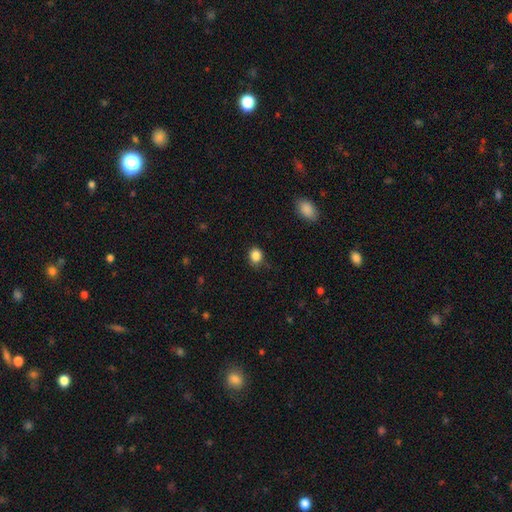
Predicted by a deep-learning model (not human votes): The model was most divided on "how rounded": round: 62%, in between: 37%, cigar-shaped: 1%. More confident: smooth or featured — smooth (86%); merging — none (77%).